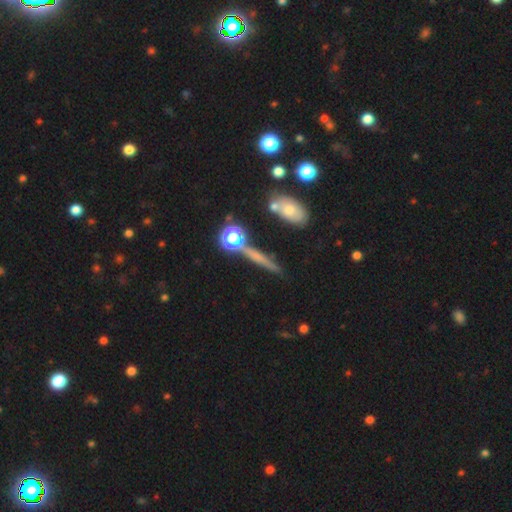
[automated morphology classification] A smooth galaxy with no disk features (43%).

Vote fractions:
- Smooth or featured? smooth: 43% / featured or disk: 36% / star or artifact: 22%
- Merging? none: 74% / minor disturbance: 12% / merger: 9% / major disturbance: 5%